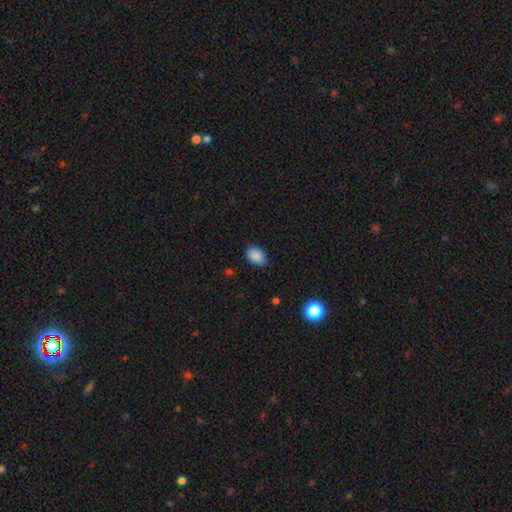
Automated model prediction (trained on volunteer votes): smooth-or-featured: smooth: 88% | star or artifact: 8% | featured or disk: 4%
  how-rounded: in between: 83% | round: 15% | cigar-shaped: 1%
  merging: none: 82% | minor disturbance: 15% | major disturbance: 3% | merger: 1%